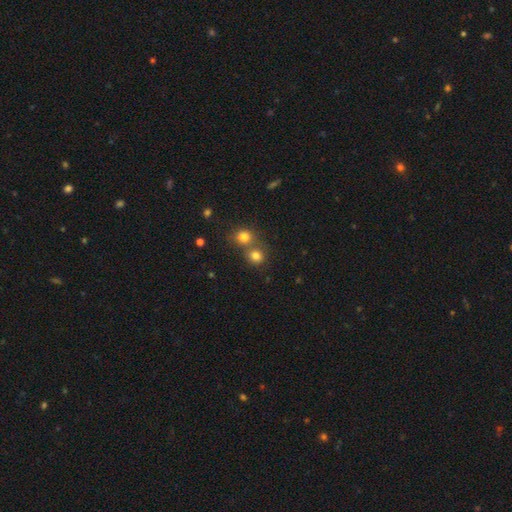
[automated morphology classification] This is likely a smooth galaxy (79%). How rounded: clearly round (81%). Merging: possibly none (48%).